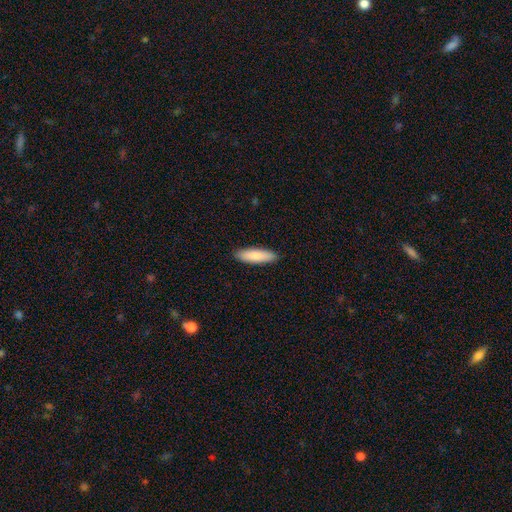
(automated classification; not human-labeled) This appears to be a smooth galaxy with no disk features (84%) that is cigar-shaped (58%). Merging: none (89%).